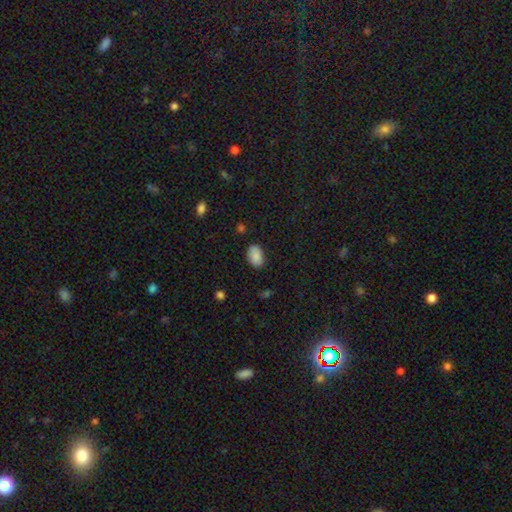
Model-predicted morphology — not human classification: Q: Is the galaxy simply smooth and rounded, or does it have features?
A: smooth — 88%.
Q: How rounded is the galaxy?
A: in between — 91%.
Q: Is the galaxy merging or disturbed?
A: none — 84%.